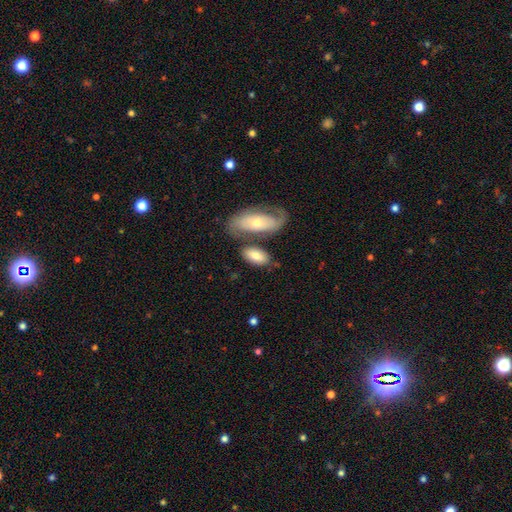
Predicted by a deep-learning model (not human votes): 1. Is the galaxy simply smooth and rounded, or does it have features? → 71% smooth, 23% featured or disk, 5% star or artifact.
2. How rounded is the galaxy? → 92% in between, 5% cigar-shaped, 3% round.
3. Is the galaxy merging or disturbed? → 50% none, 30% merger, 14% minor disturbance, 6% major disturbance.